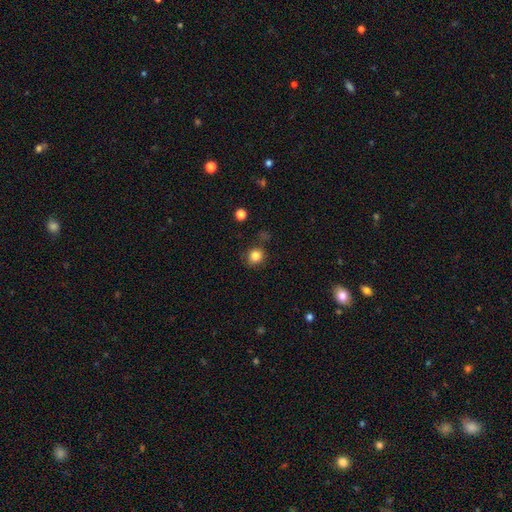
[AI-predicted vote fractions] Smooth or featured? smooth (83%)
How rounded? round (82%)
Merging? none (81%)